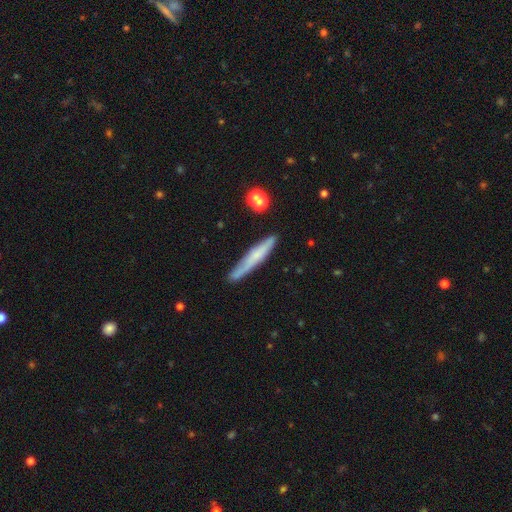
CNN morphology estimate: Smooth or featured? smooth (51%)
How rounded? cigar-shaped (93%)
Merging? none (76%)